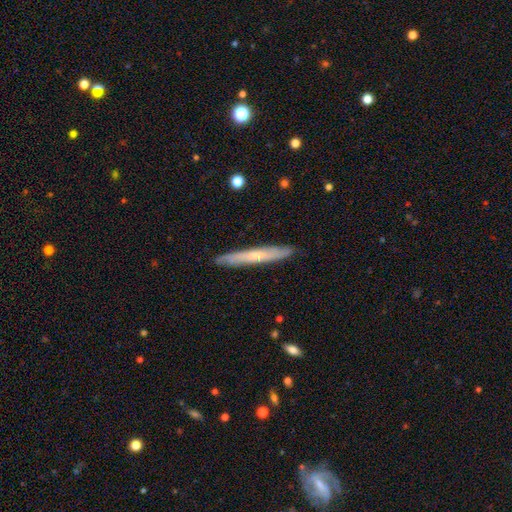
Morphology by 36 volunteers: A featured or disk galaxy (64%) viewed edge-on (74%) with no central bulge (71%).

Vote fractions:
- Smooth or featured? featured or disk: 64% / smooth: 33% / star or artifact: 3%
- Edge-on disk? yes: 74% / no: 26%
- Edge-on bulge? none: 71% / rounded: 29% / boxy: 0%
- Merging? none: 91% / merger: 6% / minor disturbance: 3% / major disturbance: 0%